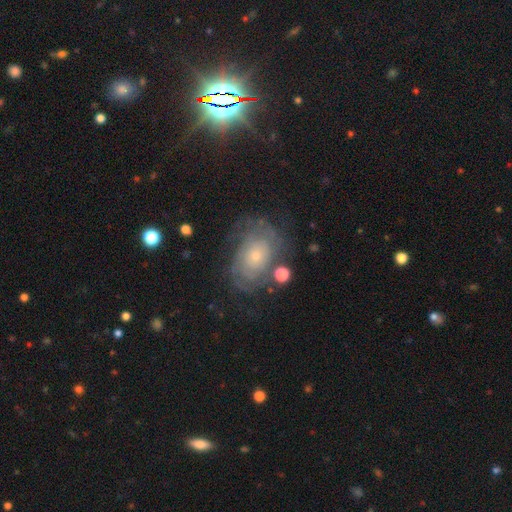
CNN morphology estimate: Q: Smooth or featured?
A: featured or disk (69%); runner-up: smooth (21%)
Q: Edge-on disk?
A: no (96%); runner-up: yes (4%)
Q: Bar?
A: no (82%); runner-up: weak (15%)
Q: Spiral arms?
A: yes (83%); runner-up: no (17%)
Q: Spiral winding?
A: tight (65%); runner-up: medium (24%)
Q: Spiral arm count?
A: can't tell (56%); runner-up: 2 (16%)
Q: Bulge size?
A: small (70%); runner-up: moderate (24%)
Q: Merging?
A: none (65%); runner-up: minor disturbance (18%)